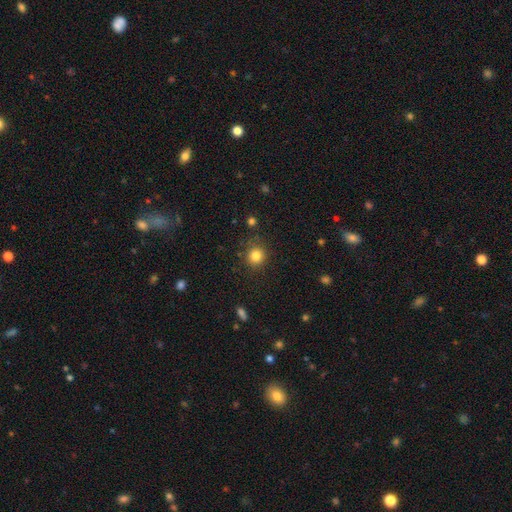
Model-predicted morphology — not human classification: smooth 83%, star or artifact 12%, featured or disk 5%. Down the decision tree: how rounded — round (89%); merging — none (85%).